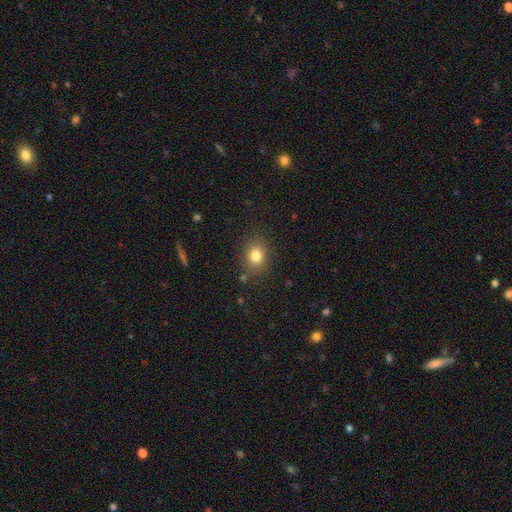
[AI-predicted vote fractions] A smooth galaxy with no disk features (80%) that is round (52%).

Vote fractions:
- Smooth or featured? smooth: 80% / star or artifact: 12% / featured or disk: 7%
- How rounded? round: 52% / in between: 47% / cigar-shaped: 1%
- Merging? none: 84% / minor disturbance: 11% / major disturbance: 4% / merger: 2%